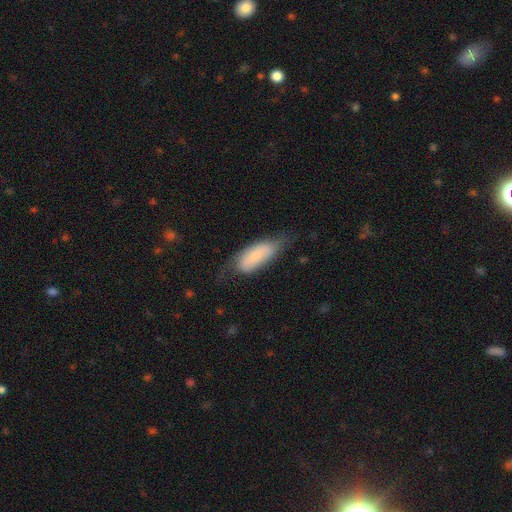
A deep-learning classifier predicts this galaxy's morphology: Smooth or featured?
  - smooth: 66% *
  - featured or disk: 27%
  - star or artifact: 7%
How rounded?
  - in between: 80% *
  - cigar-shaped: 18%
  - round: 2%
Merging?
  - none: 49% *
  - minor disturbance: 33%
  - major disturbance: 16%
  - merger: 2%